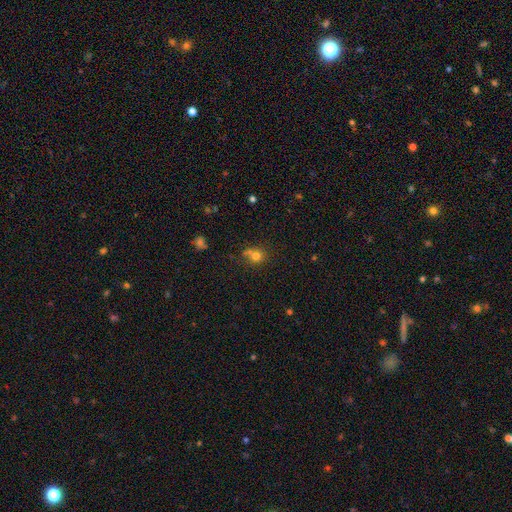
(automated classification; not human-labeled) Overall: smooth (74%). How rounded: round (83%). Merging: none (57%; merger 26%).